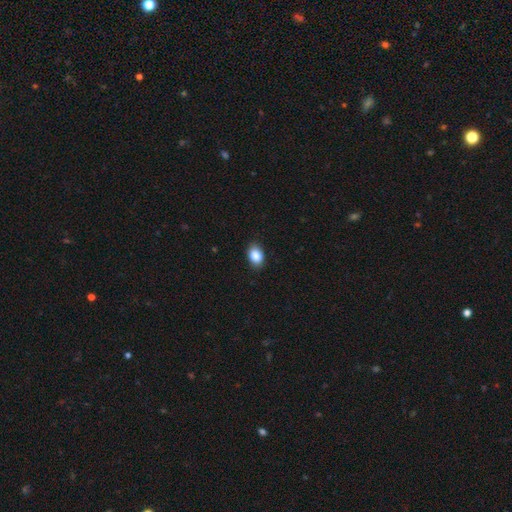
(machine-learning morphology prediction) smooth_or_featured: smooth (p=0.86) [alt: star or artifact p=0.08]
how_rounded: in between (p=0.79) [alt: round p=0.20]
merging: none (p=0.88) [alt: minor disturbance p=0.09]